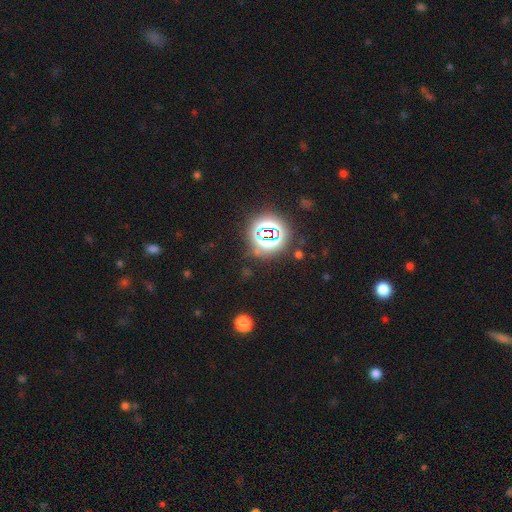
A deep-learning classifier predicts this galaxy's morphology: smooth_or_featured: star or artifact (p=0.81) [alt: smooth p=0.13]